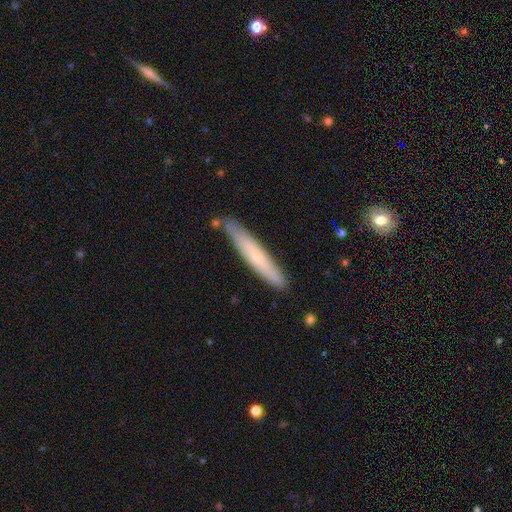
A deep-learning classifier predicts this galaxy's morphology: Smooth or featured? smooth (59%)
How rounded? cigar-shaped (93%)
Merging? none (83%)